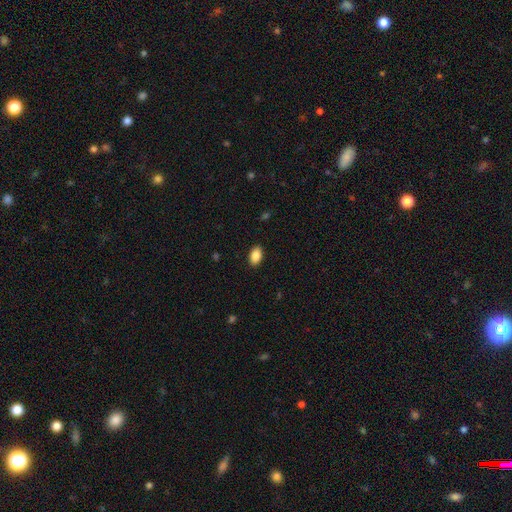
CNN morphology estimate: Smooth or featured?
  - smooth: 88% *
  - star or artifact: 7%
  - featured or disk: 4%
How rounded?
  - in between: 92% *
  - round: 6%
  - cigar-shaped: 2%
Merging?
  - none: 89% *
  - minor disturbance: 8%
  - major disturbance: 2%
  - merger: 1%